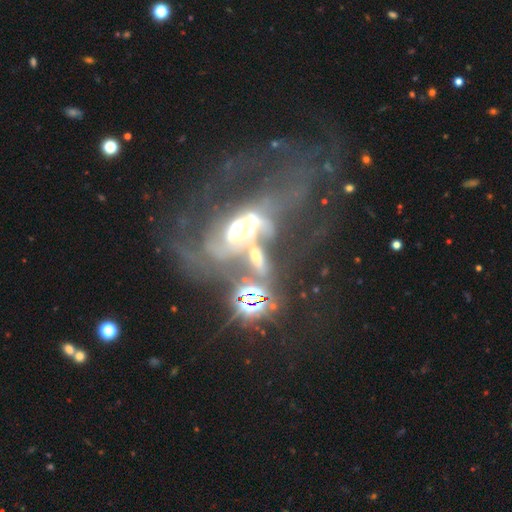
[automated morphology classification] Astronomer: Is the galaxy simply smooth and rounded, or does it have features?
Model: featured or disk — 50% (runner-up: star or artifact, 27%).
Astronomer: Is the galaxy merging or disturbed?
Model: merger — 68%.